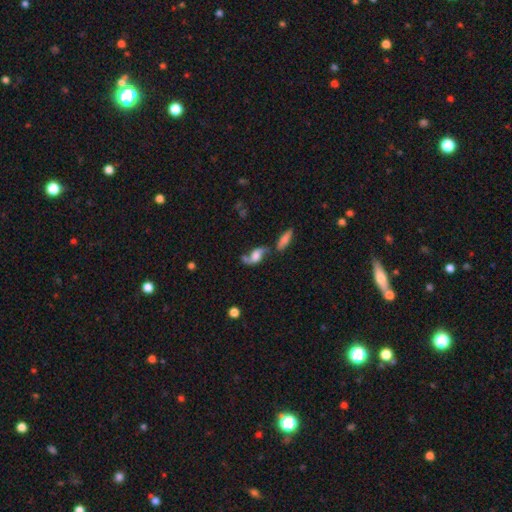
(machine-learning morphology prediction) Overall: featured or disk (61%; smooth 29%). Edge-on disk: no (89%). Bar: no (59%; weak 32%). Spiral arms: yes (88%). Bulge size: large (39%; moderate 29%). Merging: none (44%; merger 25%).